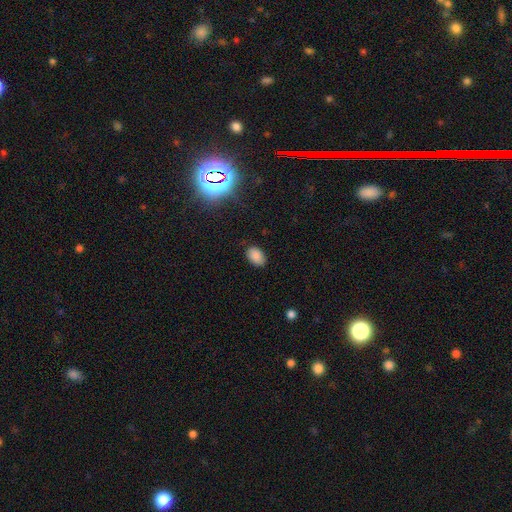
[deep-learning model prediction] Smooth or featured: smooth — 84% (star or artifact — 11%)
How rounded: in between — 87% (round — 11%)
Merging: none — 82% (minor disturbance — 14%)